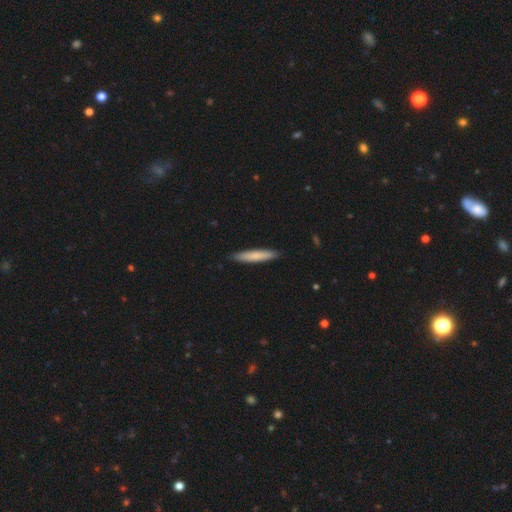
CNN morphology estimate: Smooth or featured? smooth (77%)
How rounded? cigar-shaped (91%)
Merging? none (90%)